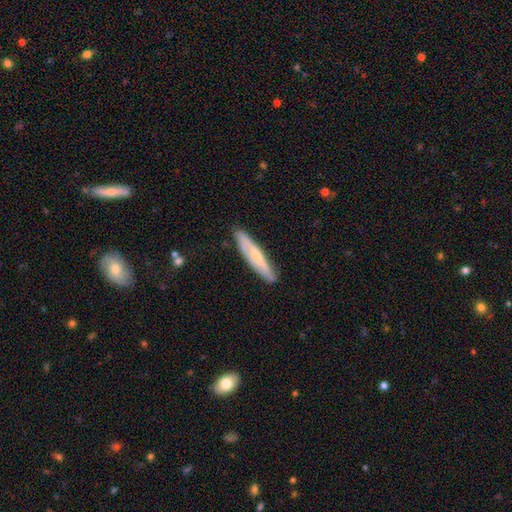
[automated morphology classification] Q: Smooth or featured?
A: featured or disk (51%); runner-up: smooth (42%)
Q: Edge-on disk?
A: yes (63%); runner-up: no (37%)
Q: Merging?
A: none (83%); runner-up: minor disturbance (13%)